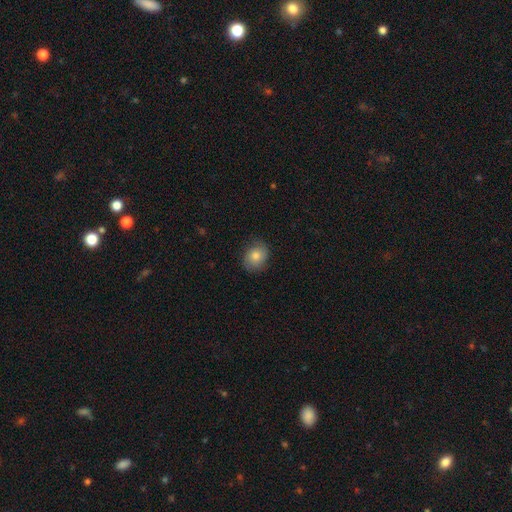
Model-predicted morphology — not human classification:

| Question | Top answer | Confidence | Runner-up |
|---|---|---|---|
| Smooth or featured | smooth | 76% | featured or disk (15%) |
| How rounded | round | 56% | in between (43%) |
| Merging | none | 79% | minor disturbance (16%) |